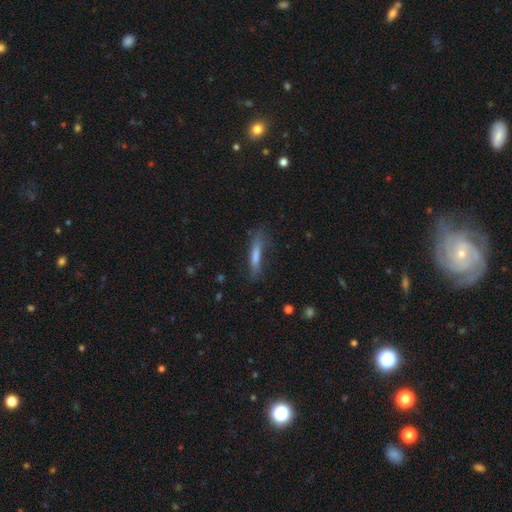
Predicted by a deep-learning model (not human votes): Q: Smooth or featured?
A: smooth (60%); runner-up: featured or disk (30%)
Q: How rounded?
A: cigar-shaped (87%); runner-up: in between (11%)
Q: Merging?
A: none (71%); runner-up: minor disturbance (20%)